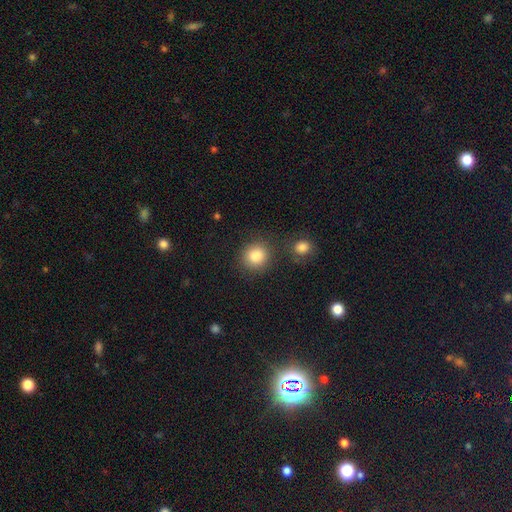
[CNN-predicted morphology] Overall: smooth (86%). How rounded: round (85%). Merging: none (78%).